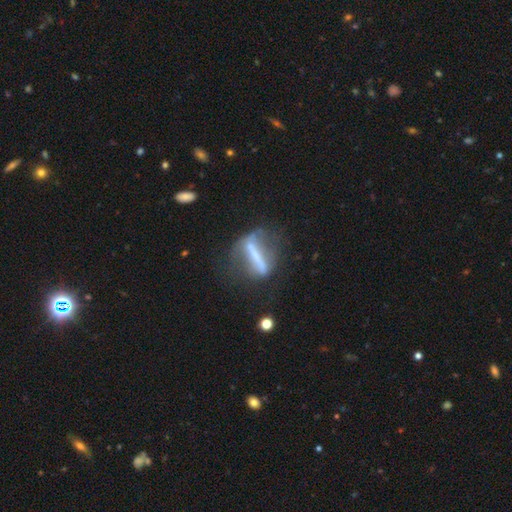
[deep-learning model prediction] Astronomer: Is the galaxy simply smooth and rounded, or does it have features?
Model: featured or disk — 63%.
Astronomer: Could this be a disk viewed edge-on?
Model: no — 66%.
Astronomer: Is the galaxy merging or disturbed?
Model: none — 49% (runner-up: major disturbance, 25%).